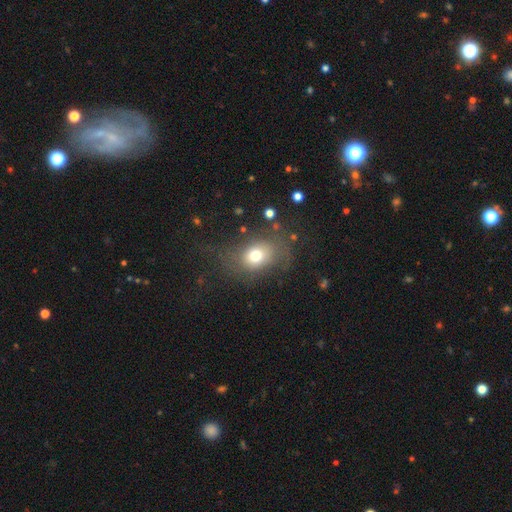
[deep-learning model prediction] A smooth galaxy with no disk features (72%) that is in between round and cigar-shaped (59%).

Vote fractions:
- Smooth or featured? smooth: 72% / featured or disk: 15% / star or artifact: 13%
- How rounded? in between: 59% / round: 40% / cigar-shaped: 1%
- Merging? none: 59% / minor disturbance: 19% / major disturbance: 19% / merger: 3%